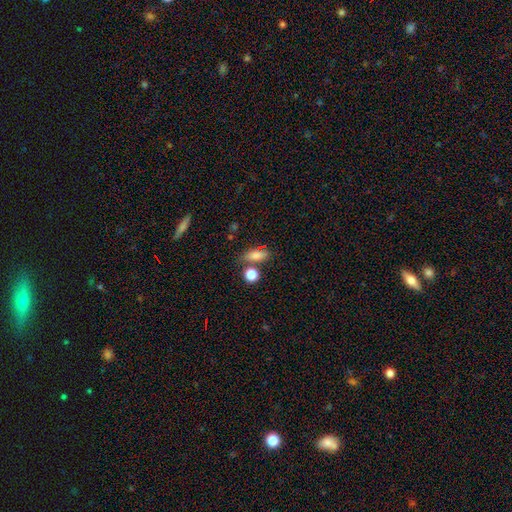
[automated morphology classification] smooth-or-featured: smooth: 78% | star or artifact: 12% | featured or disk: 10%
  how-rounded: in between: 64% | cigar-shaped: 21% | round: 15%
  merging: none: 64% | minor disturbance: 16% | merger: 15% | major disturbance: 6%